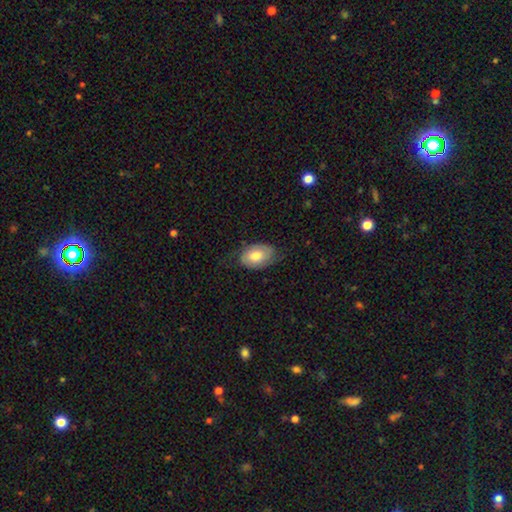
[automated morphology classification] Smooth or featured? smooth (60%)
How rounded? in between (88%)
Merging? none (66%)